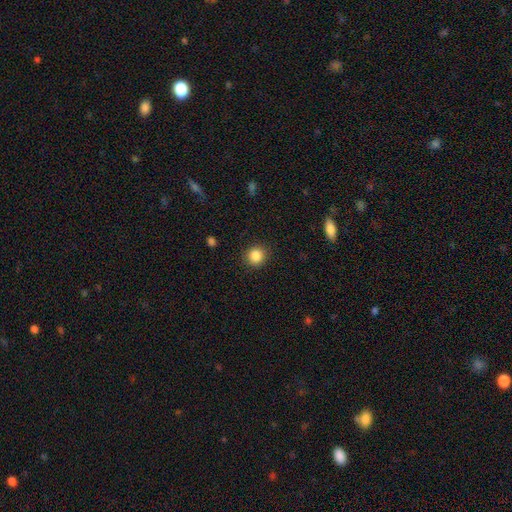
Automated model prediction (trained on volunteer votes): Smooth or featured? Predicted: smooth (p=0.86). How rounded? Predicted: round (p=0.89). Merging? Predicted: none (p=0.89).